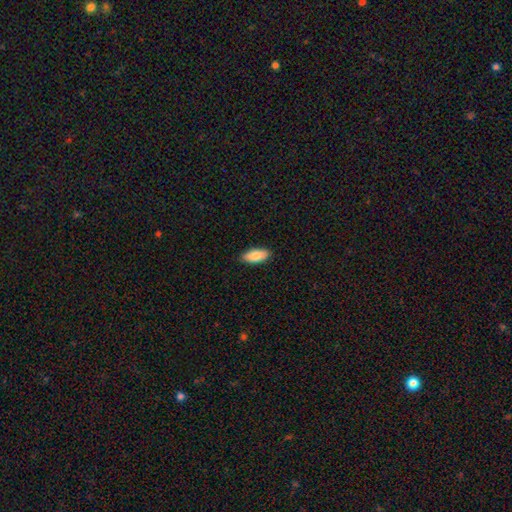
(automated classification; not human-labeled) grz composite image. It shows a smooth galaxy with no disk features (86%) that is in between round and cigar-shaped (83%). Merging: none (89%).